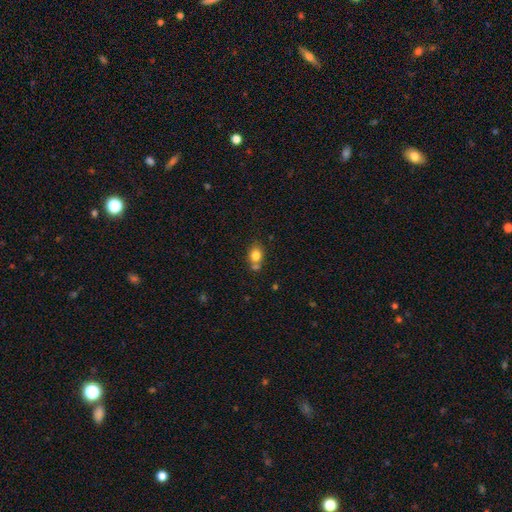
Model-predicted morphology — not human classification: type=smooth (80%); roundness=round (56%); merging=none (55%).